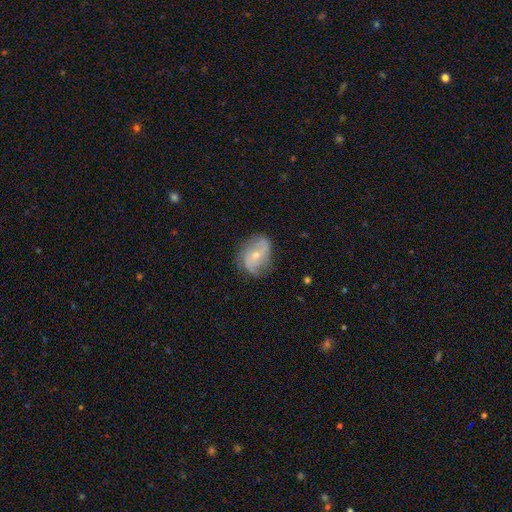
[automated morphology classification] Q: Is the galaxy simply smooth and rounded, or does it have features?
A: featured or disk — 72%.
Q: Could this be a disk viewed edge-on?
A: no — 97%.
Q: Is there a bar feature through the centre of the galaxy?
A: no — 50%.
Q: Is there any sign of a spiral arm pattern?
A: yes — 87%.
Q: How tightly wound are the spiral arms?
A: medium — 41%.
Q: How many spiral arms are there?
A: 2 — 69%.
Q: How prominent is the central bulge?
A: small — 50%.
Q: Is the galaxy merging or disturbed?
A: none — 66%.